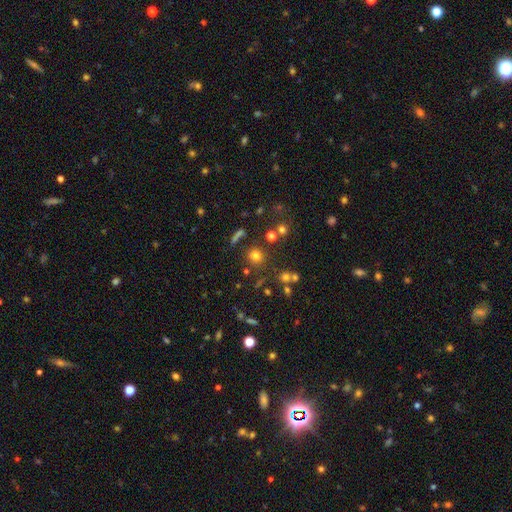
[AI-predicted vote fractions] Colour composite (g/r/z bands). It shows a smooth galaxy with no disk features (72%) that is round (89%). Merging: none (81%).